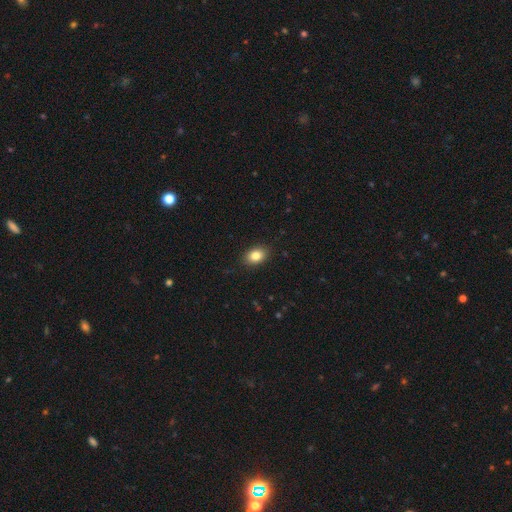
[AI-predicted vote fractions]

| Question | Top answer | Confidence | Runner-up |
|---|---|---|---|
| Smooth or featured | smooth | 84% | star or artifact (9%) |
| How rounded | in between | 76% | round (23%) |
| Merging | none | 89% | minor disturbance (8%) |